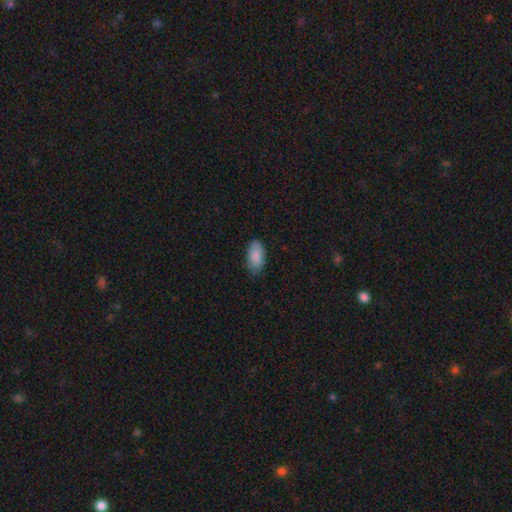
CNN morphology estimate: Smooth or featured: smooth — 88% (star or artifact — 6%)
How rounded: in between — 94% (cigar-shaped — 4%)
Merging: none — 80% (minor disturbance — 16%)